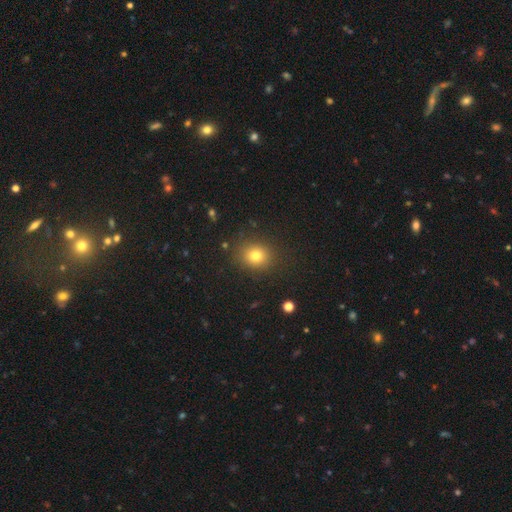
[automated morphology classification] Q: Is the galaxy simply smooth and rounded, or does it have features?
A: smooth — 78%.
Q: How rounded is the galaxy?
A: round — 72%.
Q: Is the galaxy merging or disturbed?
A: none — 86%.